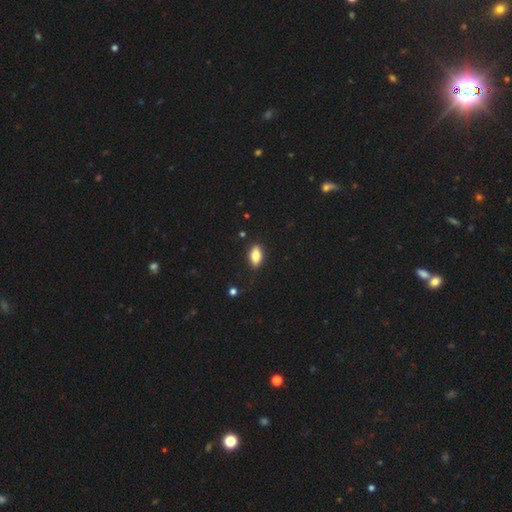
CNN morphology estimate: Overall: smooth (77%). How rounded: in between (86%). Merging: none (85%).